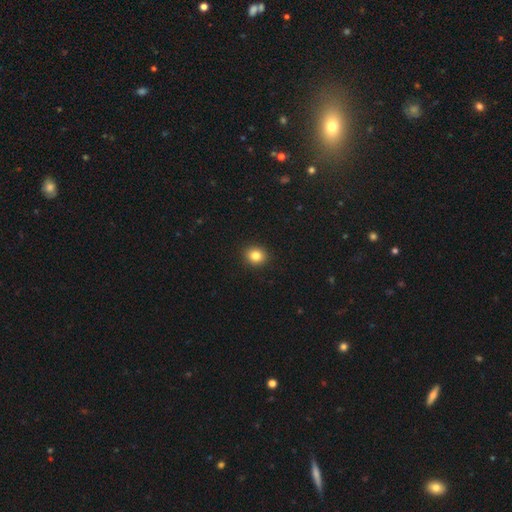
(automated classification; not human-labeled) This appears to be a smooth galaxy with no disk features (83%) that is round (78%). Merging: none (93%).